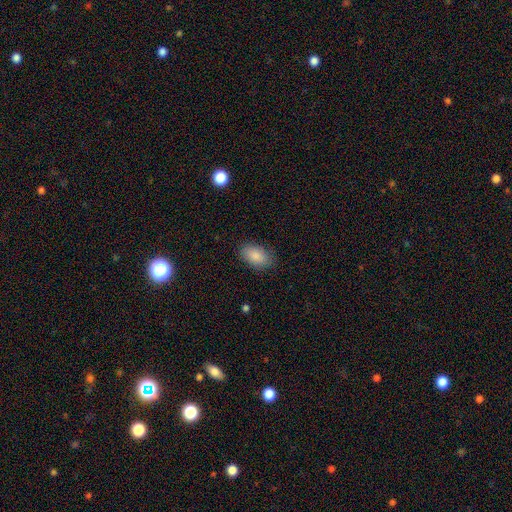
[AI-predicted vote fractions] Overall: smooth (88%). How rounded: in between (92%). Merging: none (83%).